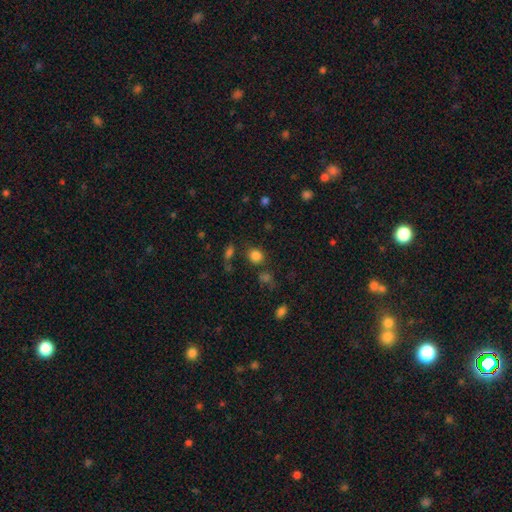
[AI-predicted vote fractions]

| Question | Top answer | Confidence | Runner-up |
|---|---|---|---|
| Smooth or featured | smooth | 82% | star or artifact (13%) |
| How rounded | round | 75% | in between (24%) |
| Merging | none | 76% | minor disturbance (11%) |